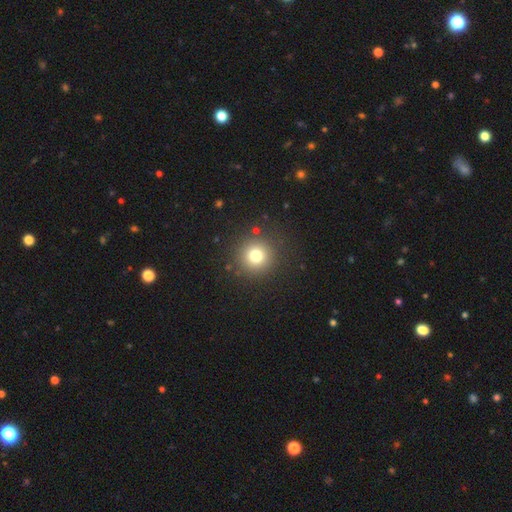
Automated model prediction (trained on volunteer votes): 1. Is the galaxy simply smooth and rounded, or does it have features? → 77% smooth, 15% star or artifact, 9% featured or disk.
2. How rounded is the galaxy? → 95% round, 4% in between, 1% cigar-shaped.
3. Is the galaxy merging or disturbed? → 89% none, 6% minor disturbance, 3% major disturbance, 2% merger.